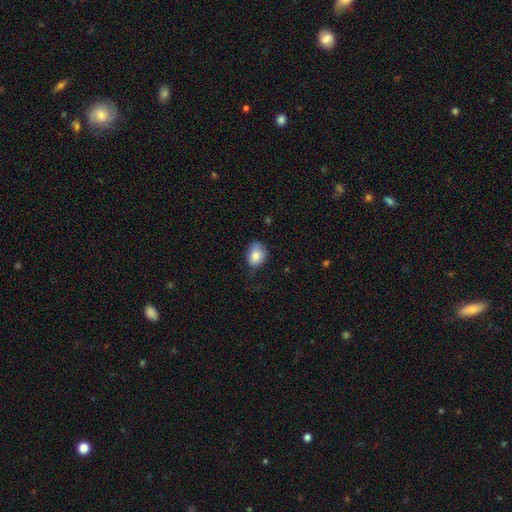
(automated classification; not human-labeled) smooth-or-featured: smooth: 81% | featured or disk: 11% | star or artifact: 8%
  how-rounded: in between: 55% | round: 44% | cigar-shaped: 1%
  merging: none: 58% | minor disturbance: 32% | major disturbance: 9% | merger: 2%